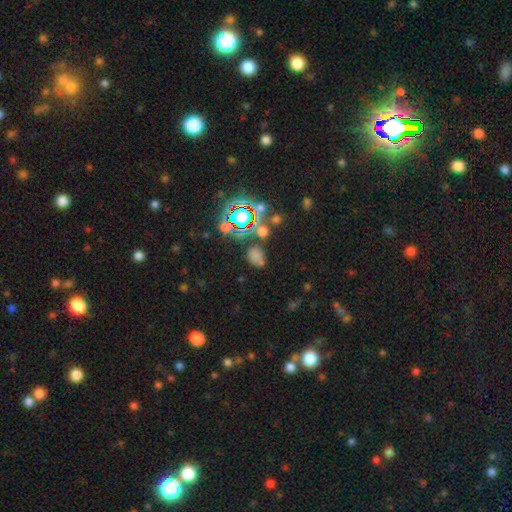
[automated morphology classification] smooth_or_featured: smooth (p=0.60) [alt: star or artifact p=0.31]
how_rounded: in between (p=0.54) [alt: round p=0.45]
merging: none (p=0.65) [alt: minor disturbance p=0.16]